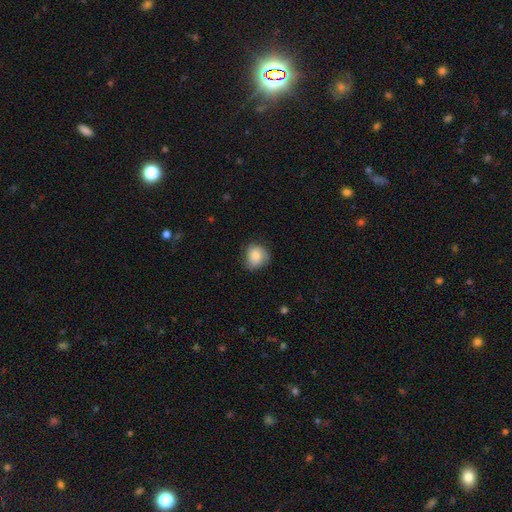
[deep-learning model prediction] smooth 77%, featured or disk 15%, star or artifact 7%. Down the decision tree: how rounded — round (72%); merging — none (68%).